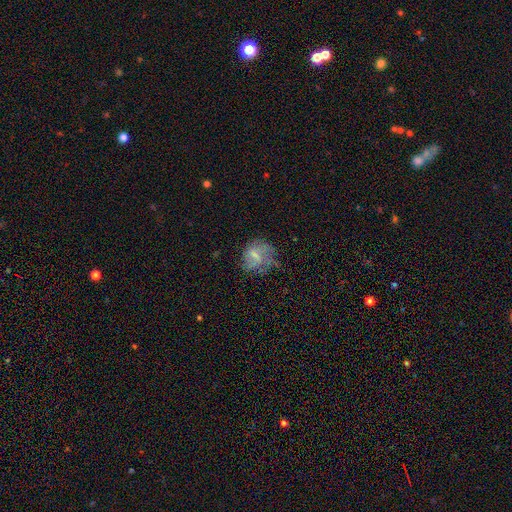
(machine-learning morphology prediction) The model was most divided on "smooth or featured": smooth: 50%, featured or disk: 39%, star or artifact: 11%. Remaining: merging — none (43%).